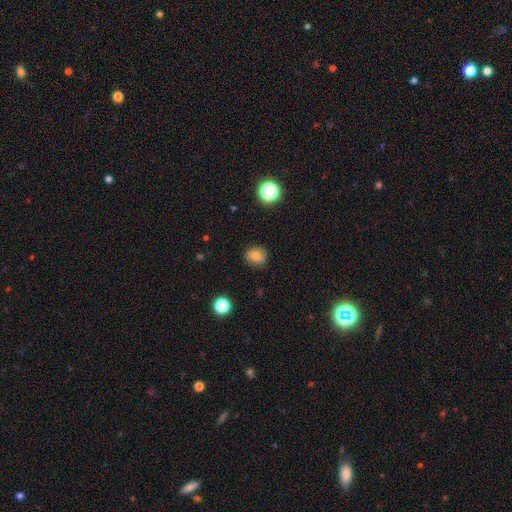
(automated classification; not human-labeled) Smooth or featured? Predicted: smooth (p=0.75). How rounded? Predicted: round (p=0.64). Merging? Predicted: none (p=0.82).